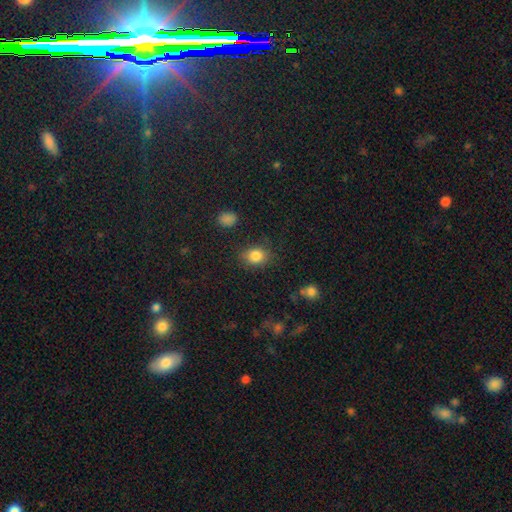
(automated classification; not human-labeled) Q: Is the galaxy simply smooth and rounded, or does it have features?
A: smooth — 83%.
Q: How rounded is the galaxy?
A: round — 50%.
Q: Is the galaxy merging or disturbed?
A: none — 80%.